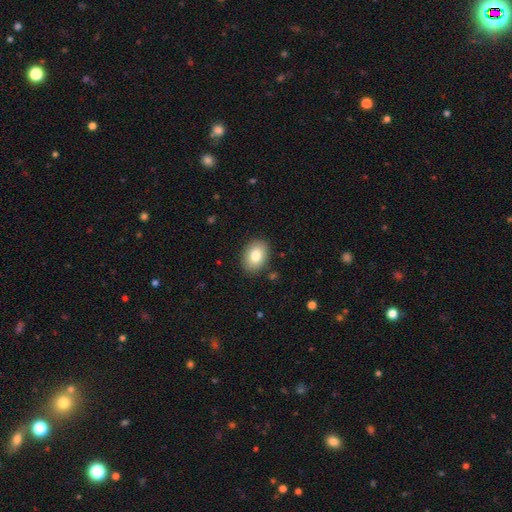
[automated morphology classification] This is clearly a smooth galaxy (81%). How rounded: likely in between (77%). Merging: clearly none (87%).